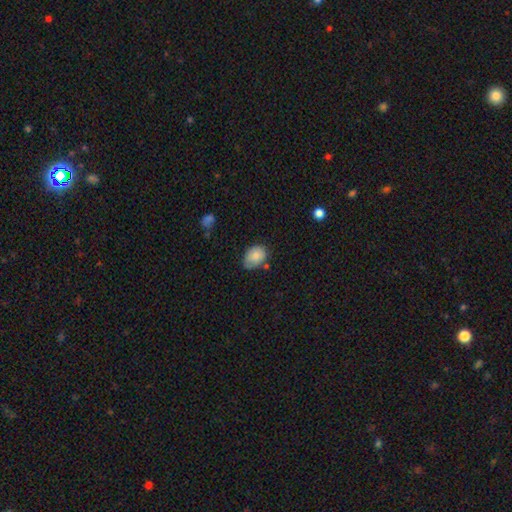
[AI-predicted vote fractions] Morphology: type=smooth (80%); roundness=in between (74%); merging=none (55%).